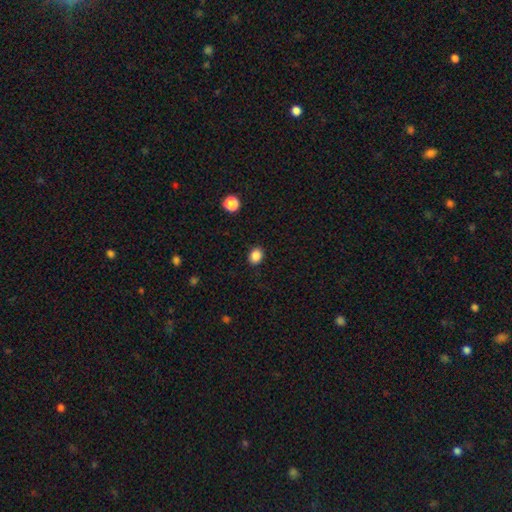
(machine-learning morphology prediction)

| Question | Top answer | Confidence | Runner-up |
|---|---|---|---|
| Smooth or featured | smooth | 87% | star or artifact (10%) |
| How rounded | round | 52% | in between (47%) |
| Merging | none | 89% | minor disturbance (7%) |